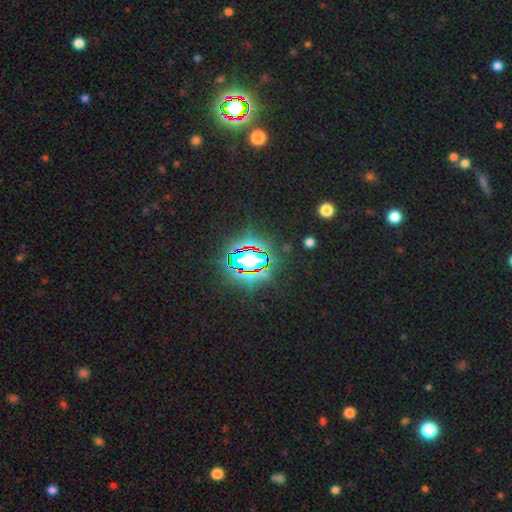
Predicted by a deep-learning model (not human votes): This is likely a star or artifact rather than a galaxy (78%).